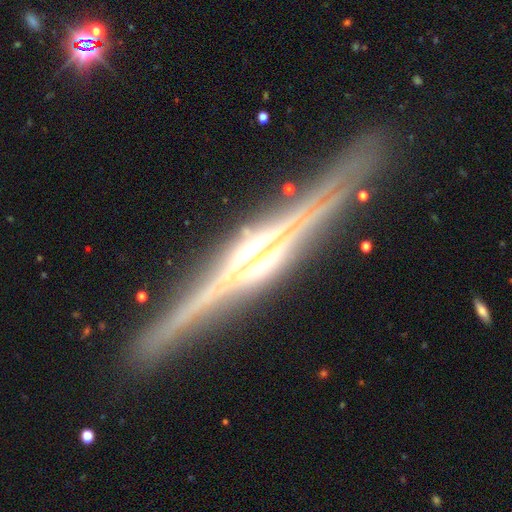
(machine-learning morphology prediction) The model was most divided on "edge-on bulge": rounded: 69%, boxy: 24%, none: 7%. More confident: edge-on disk — yes (98%); smooth or featured — featured or disk (89%); merging — none (89%).